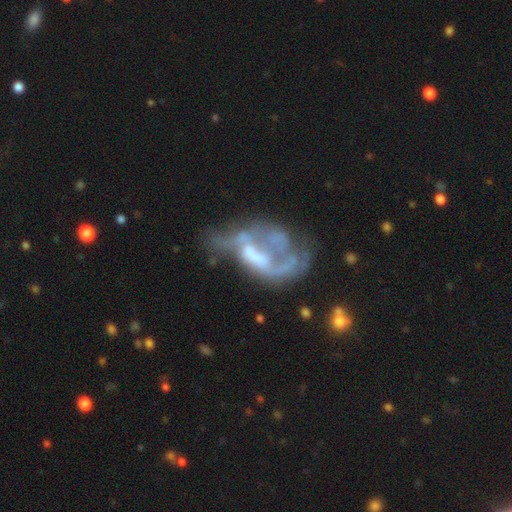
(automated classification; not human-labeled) Morphology: type=featured or disk (72%); edge-on=no (96%); bar=no (56%); spiral arms=no (58%); bulge=none (37%); merging=major disturbance (45%).